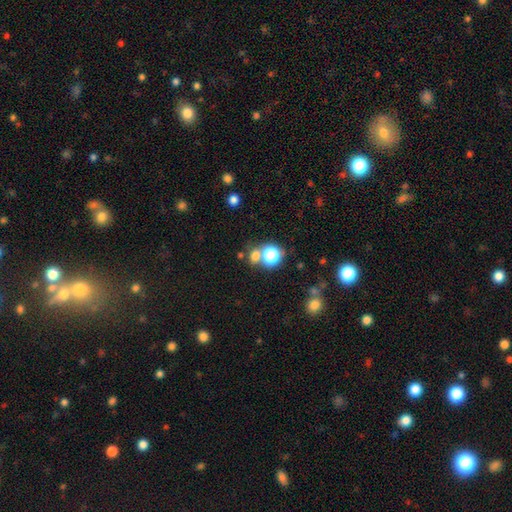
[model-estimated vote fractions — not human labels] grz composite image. It shows a smooth galaxy with no disk features (68%) that is round (69%). Merging: none (52%).